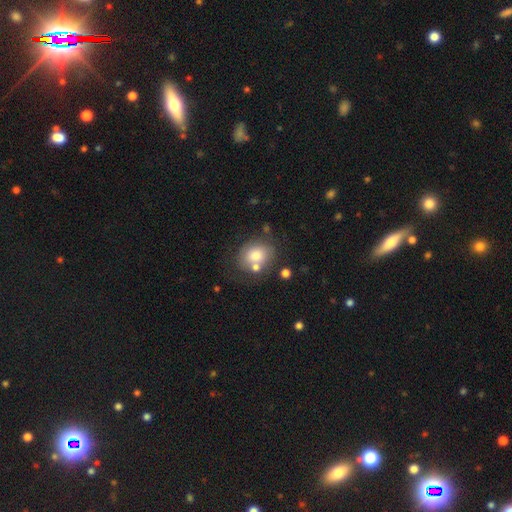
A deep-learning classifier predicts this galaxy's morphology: This appears to be a smooth galaxy with no disk features (75%) that is round (56%). Merging: none (59%).